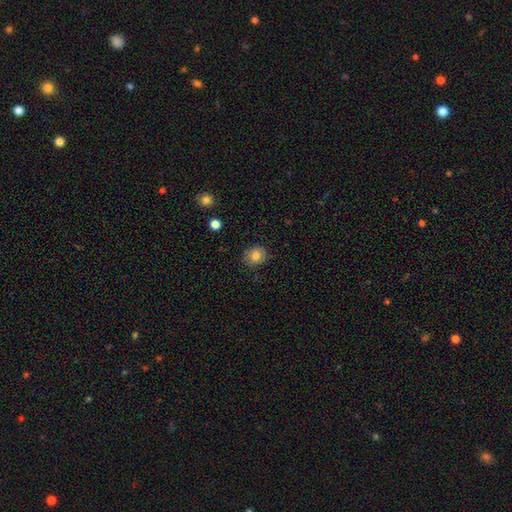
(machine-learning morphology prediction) Smooth or featured: smooth — 82% (star or artifact — 10%)
How rounded: round — 78% (in between — 21%)
Merging: none — 84% (minor disturbance — 12%)